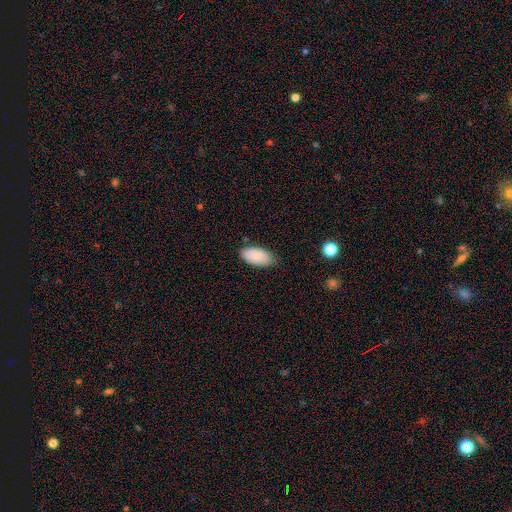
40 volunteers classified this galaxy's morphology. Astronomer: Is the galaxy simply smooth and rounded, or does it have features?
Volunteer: smooth — 88%.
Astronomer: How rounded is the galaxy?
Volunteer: in between — 94%.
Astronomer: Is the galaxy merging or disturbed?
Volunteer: none — 77%.